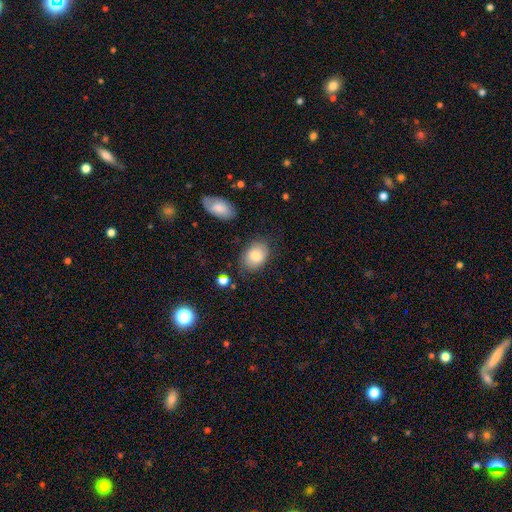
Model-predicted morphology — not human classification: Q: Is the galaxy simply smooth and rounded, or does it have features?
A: smooth — 82%.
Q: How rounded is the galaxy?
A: in between — 79%.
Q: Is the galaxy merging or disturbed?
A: none — 75%.